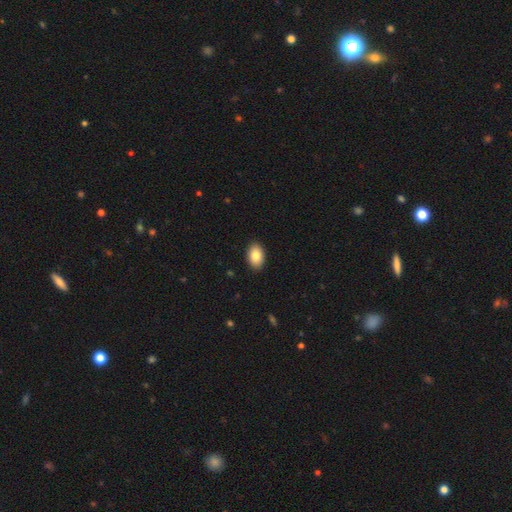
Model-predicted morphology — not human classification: type=smooth (85%); roundness=in between (88%); merging=none (90%).